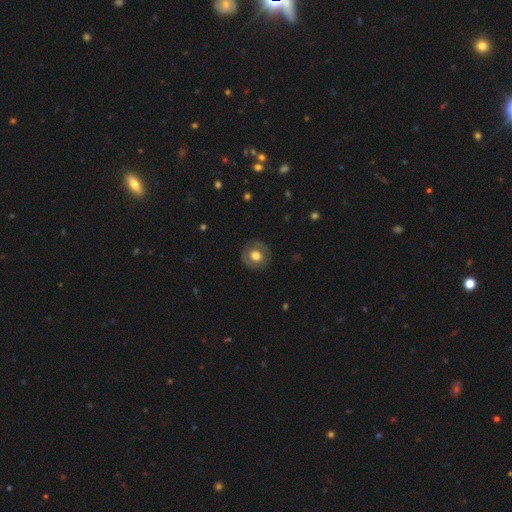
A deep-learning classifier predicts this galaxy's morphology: smooth-or-featured: smooth: 58% | featured or disk: 35% | star or artifact: 7%
  how-rounded: round: 90% | in between: 9% | cigar-shaped: 1%
  merging: none: 86% | minor disturbance: 10% | major disturbance: 4% | merger: 1%